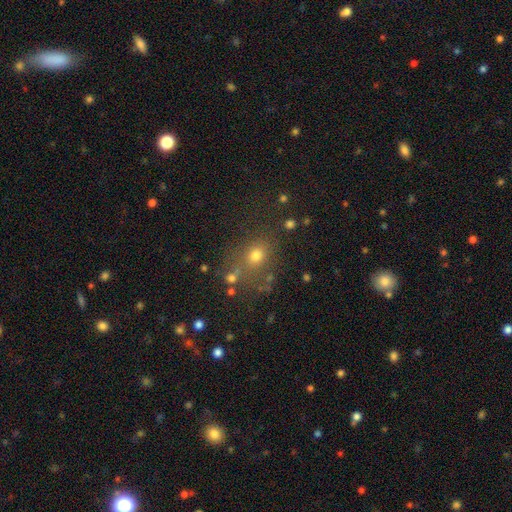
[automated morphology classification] A smooth galaxy with no disk features (67%) that is round (64%).

Vote fractions:
- Smooth or featured? smooth: 67% / star or artifact: 22% / featured or disk: 11%
- How rounded? round: 64% / in between: 35% / cigar-shaped: 1%
- Merging? none: 69% / minor disturbance: 14% / merger: 10% / major disturbance: 7%